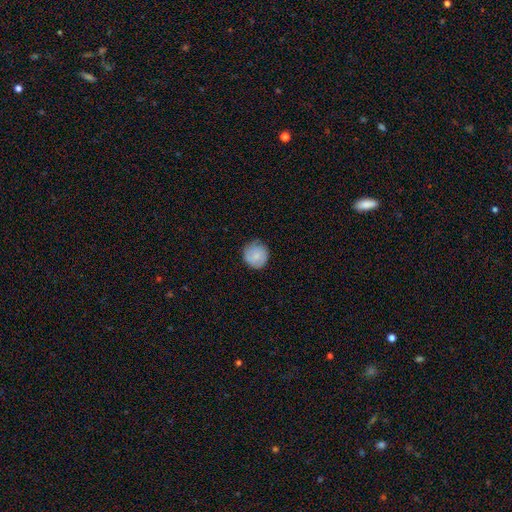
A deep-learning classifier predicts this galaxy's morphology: This is clearly a smooth galaxy (80%). How rounded: clearly round (93%). Merging: likely none (80%).